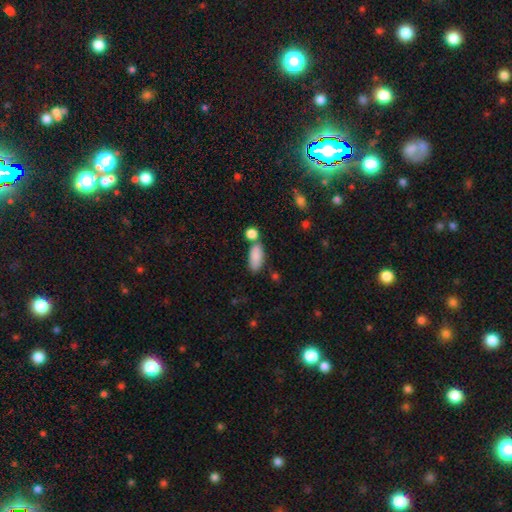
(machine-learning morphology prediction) smooth_or_featured: smooth (p=0.87) [alt: star or artifact p=0.07]
how_rounded: in between (p=0.86) [alt: cigar-shaped p=0.11]
merging: none (p=0.58) [alt: merger p=0.24]